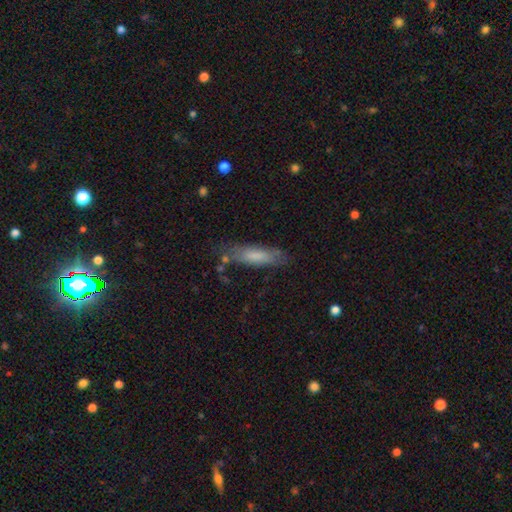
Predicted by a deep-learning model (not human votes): smooth-or-featured: smooth: 71% | featured or disk: 22% | star or artifact: 7%
  how-rounded: cigar-shaped: 65% | in between: 33% | round: 2%
  merging: none: 72% | minor disturbance: 19% | major disturbance: 6% | merger: 3%